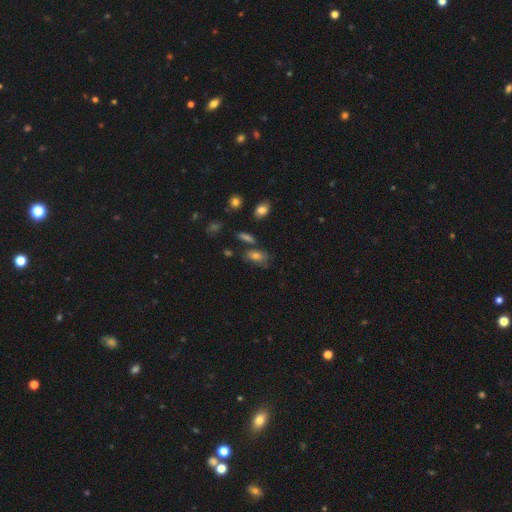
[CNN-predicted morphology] This appears to be a smooth galaxy with no disk features (63%) that is in between round and cigar-shaped (82%). Merging: none (62%).